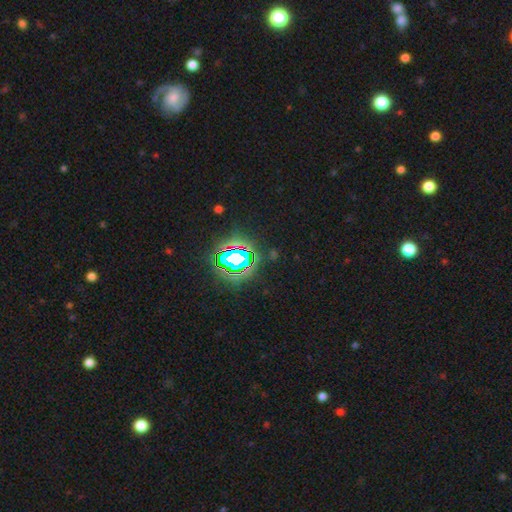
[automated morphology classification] type=star or artifact (82%).